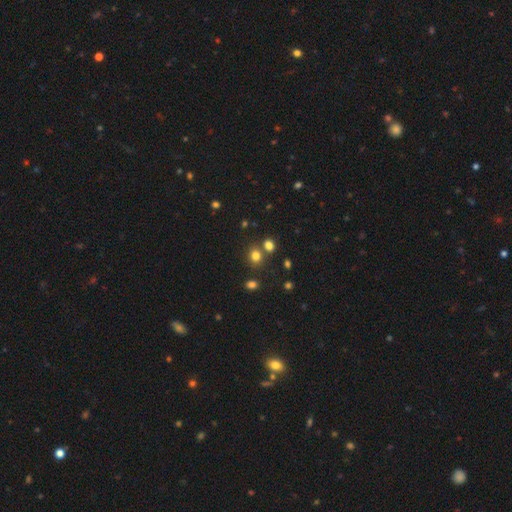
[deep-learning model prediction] Smooth or featured?
  - smooth: 76% *
  - star or artifact: 17%
  - featured or disk: 6%
How rounded?
  - round: 68% *
  - in between: 31%
  - cigar-shaped: 1%
Merging?
  - none: 68% *
  - merger: 19%
  - minor disturbance: 9%
  - major disturbance: 3%